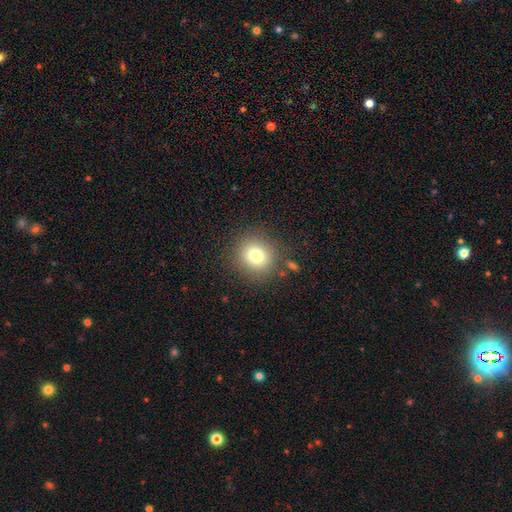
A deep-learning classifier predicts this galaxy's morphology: A smooth galaxy with no disk features (78%) that is round (88%).

Vote fractions:
- Smooth or featured? smooth: 78% / star or artifact: 13% / featured or disk: 9%
- How rounded? round: 88% / in between: 11% / cigar-shaped: 1%
- Merging? none: 84% / minor disturbance: 9% / major disturbance: 4% / merger: 3%